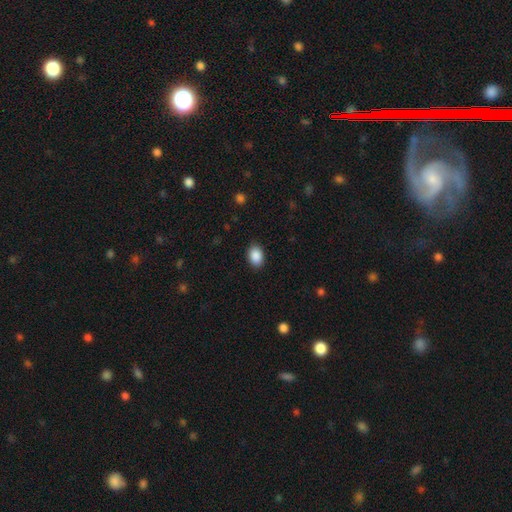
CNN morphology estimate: Smooth or featured? Predicted: smooth (p=0.89). How rounded? Predicted: in between (p=0.82). Merging? Predicted: none (p=0.89).